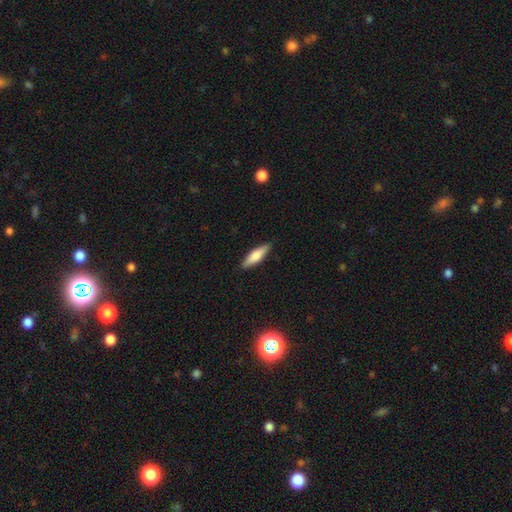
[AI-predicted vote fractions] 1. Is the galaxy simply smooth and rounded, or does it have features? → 64% smooth, 30% featured or disk, 6% star or artifact.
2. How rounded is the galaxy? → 62% cigar-shaped, 36% in between, 2% round.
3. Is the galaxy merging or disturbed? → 88% none, 9% minor disturbance, 2% major disturbance, 1% merger.